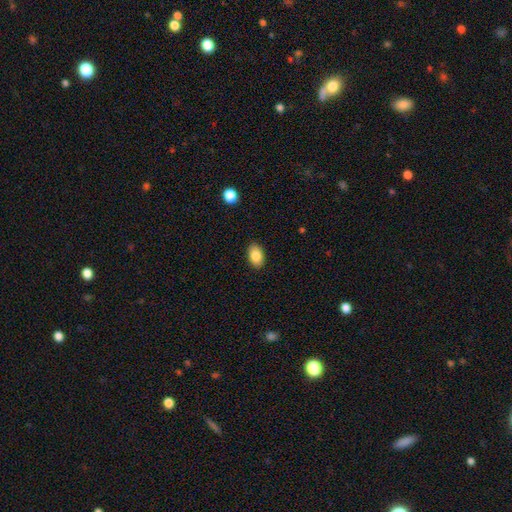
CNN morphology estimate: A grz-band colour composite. It shows a smooth galaxy with no disk features (87%) that is in between round and cigar-shaped (89%). Merging: none (89%).